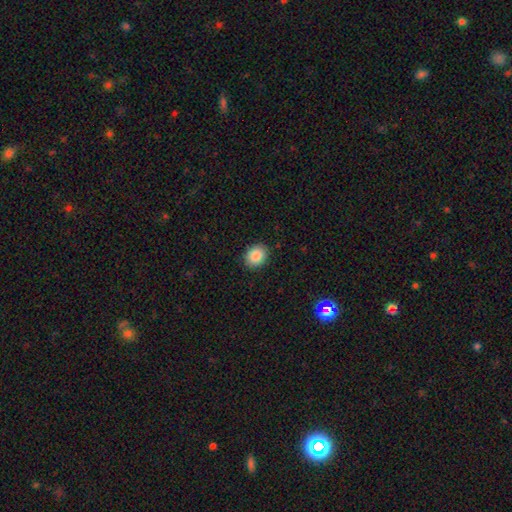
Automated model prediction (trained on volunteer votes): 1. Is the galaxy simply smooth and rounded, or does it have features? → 87% smooth, 8% star or artifact, 4% featured or disk.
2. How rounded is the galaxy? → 56% round, 43% in between, 1% cigar-shaped.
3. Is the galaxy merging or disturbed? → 89% none, 8% minor disturbance, 2% major disturbance, 1% merger.